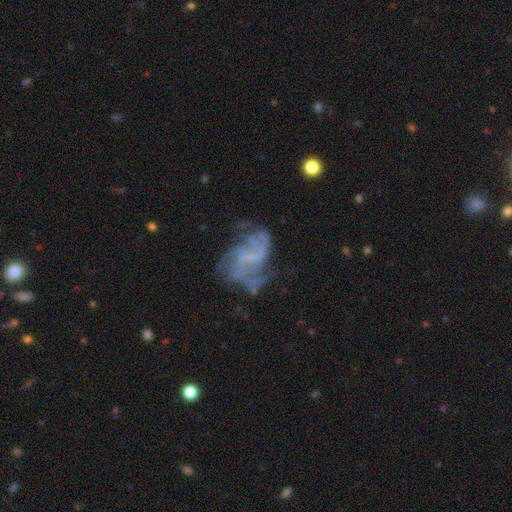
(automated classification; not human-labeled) Overall: featured or disk (74%). Edge-on disk: no (97%). Bar: no (58%; weak 31%). Spiral arms: yes (80%). Spiral arm count: can't tell (29%; 3 24%). Spiral winding: loose (46%; medium 36%). Bulge size: none (69%). Merging: none (52%; major disturbance 26%).